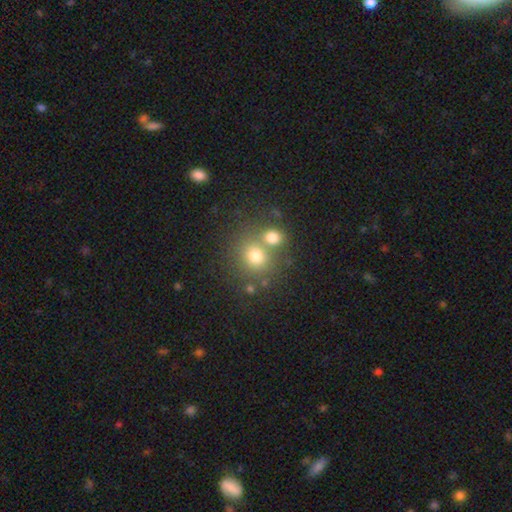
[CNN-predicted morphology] This appears to be a smooth galaxy with no disk features (73%) that is round (81%). Merging: none (51%).